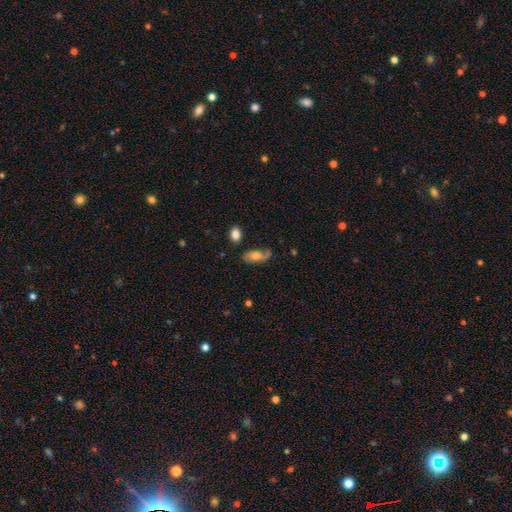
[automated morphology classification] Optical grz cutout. It shows a featured or disk galaxy (48%). Merging: none (58%).